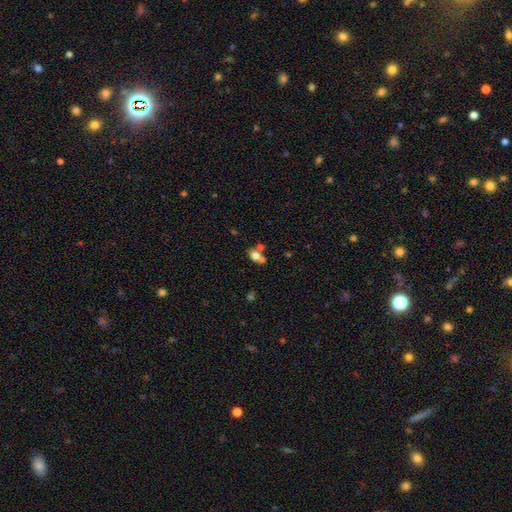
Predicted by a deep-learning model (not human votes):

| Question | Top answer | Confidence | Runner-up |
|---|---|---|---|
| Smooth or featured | smooth | 70% | featured or disk (18%) |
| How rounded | in between | 60% | round (38%) |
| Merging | merger | 47% | none (38%) |